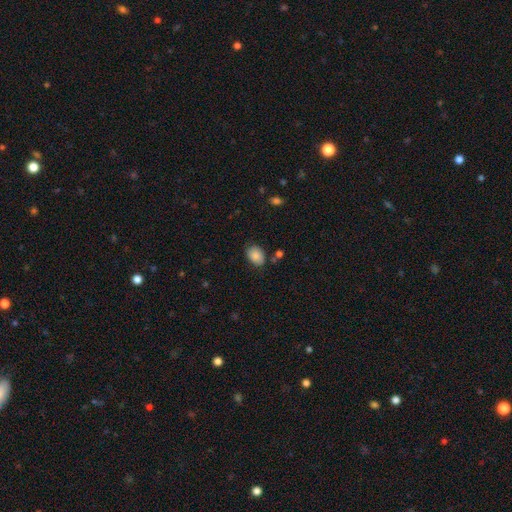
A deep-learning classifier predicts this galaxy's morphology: Smooth or featured?
  - smooth: 86% *
  - star or artifact: 8%
  - featured or disk: 6%
How rounded?
  - in between: 78% *
  - round: 21%
  - cigar-shaped: 1%
Merging?
  - none: 76% *
  - minor disturbance: 16%
  - merger: 4%
  - major disturbance: 4%